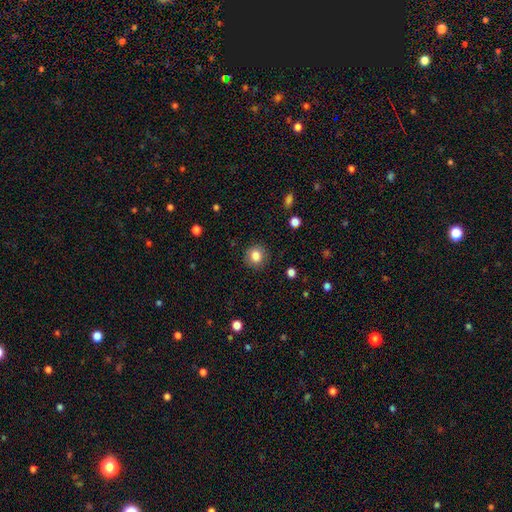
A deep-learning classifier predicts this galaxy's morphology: The model was most divided on "how rounded": round: 85%, in between: 14%, cigar-shaped: 1%. More confident: merging — none (87%); smooth or featured — smooth (84%).